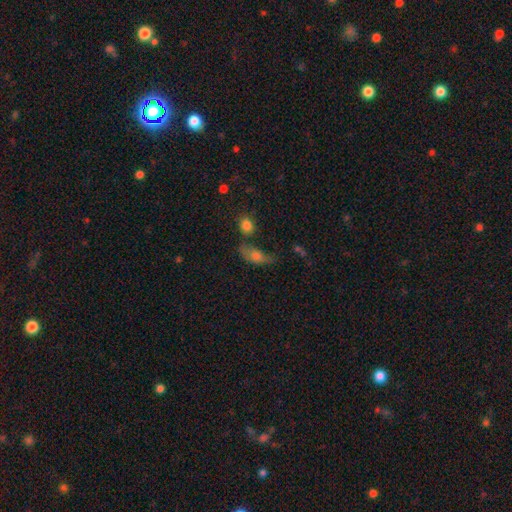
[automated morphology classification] Overall: smooth (60%; featured or disk 25%). How rounded: in between (70%). Merging: none (40%; minor disturbance 25%).